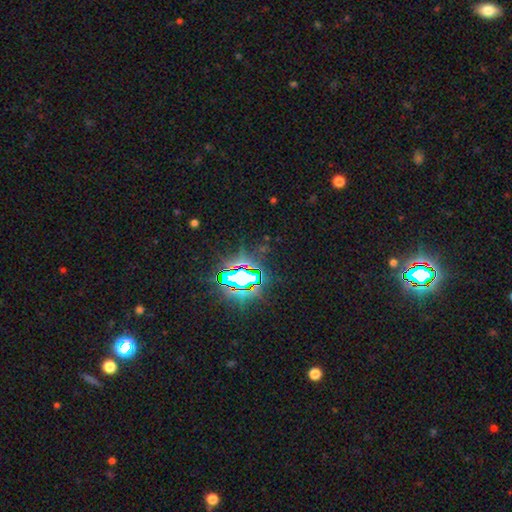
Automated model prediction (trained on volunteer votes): Q: Smooth or featured?
A: star or artifact (85%); runner-up: smooth (8%)